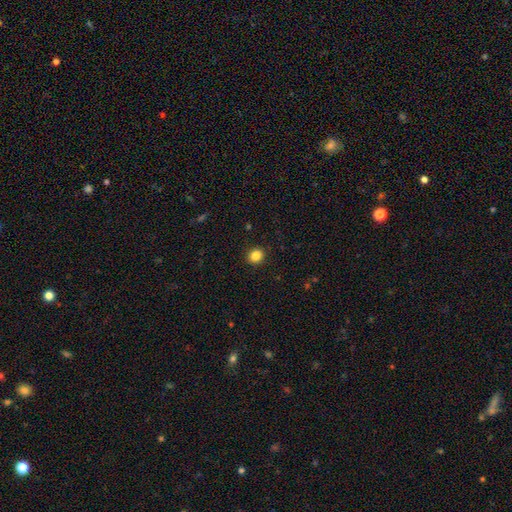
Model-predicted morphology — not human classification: Q: Smooth or featured?
A: smooth (84%); runner-up: star or artifact (11%)
Q: How rounded?
A: round (79%); runner-up: in between (20%)
Q: Merging?
A: none (91%); runner-up: minor disturbance (6%)